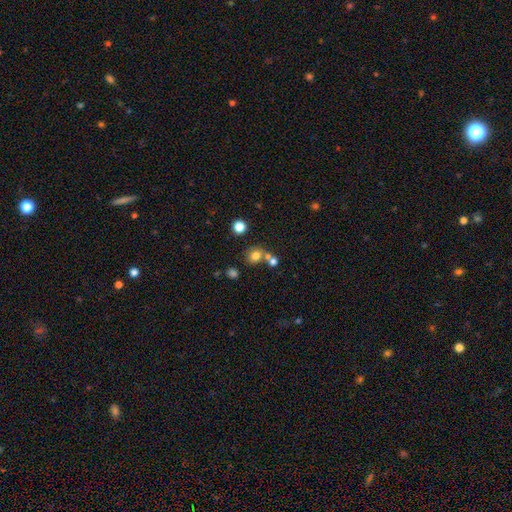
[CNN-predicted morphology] This is likely a smooth galaxy (74%). How rounded: likely round (75%). Merging: possibly none (58%).